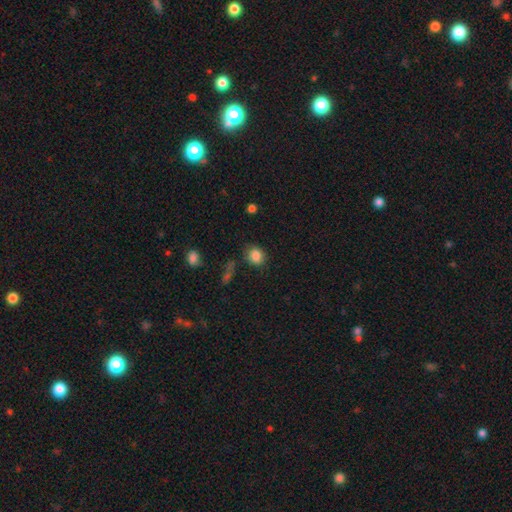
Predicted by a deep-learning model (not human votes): Smooth or featured? smooth (84%)
How rounded? round (55%)
Merging? none (72%)